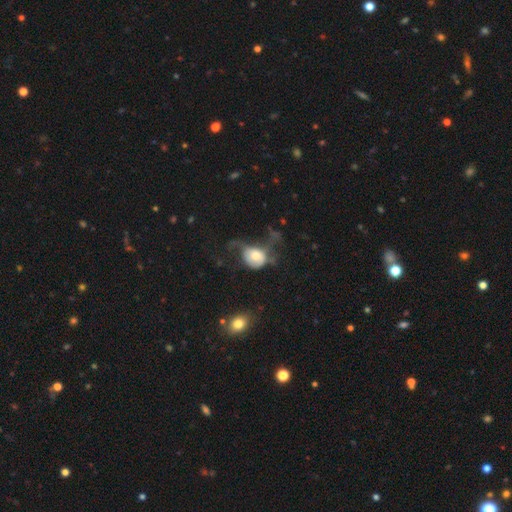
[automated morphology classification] Smooth or featured? smooth (63%)
How rounded? round (56%)
Merging? major disturbance (56%)